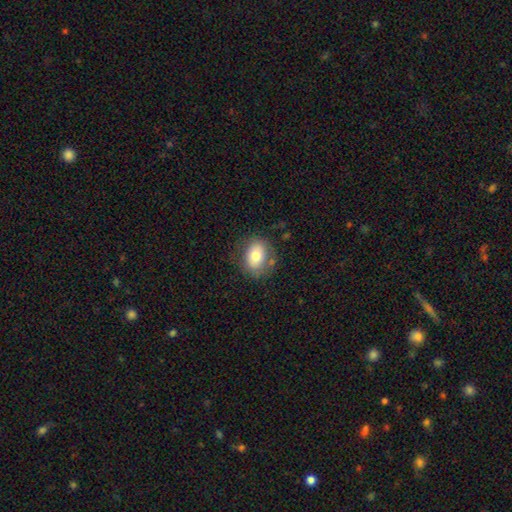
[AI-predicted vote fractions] Smooth or featured? Predicted: smooth (p=0.75). How rounded? Predicted: in between (p=0.63). Merging? Predicted: none (p=0.76).